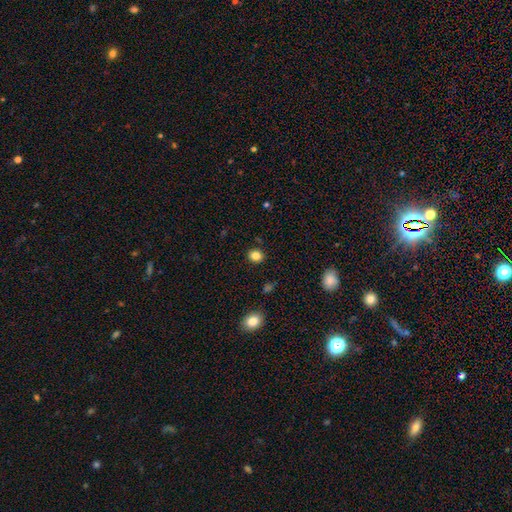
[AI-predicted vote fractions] smooth 84%, star or artifact 11%, featured or disk 5%. Down the decision tree: how rounded — round (67%); merging — none (88%).